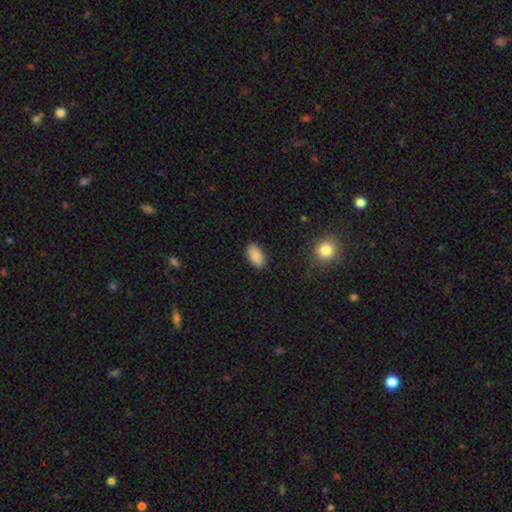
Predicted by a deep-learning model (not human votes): smooth 89%, star or artifact 8%, featured or disk 3%. Down the decision tree: how rounded — in between (94%); merging — none (88%).